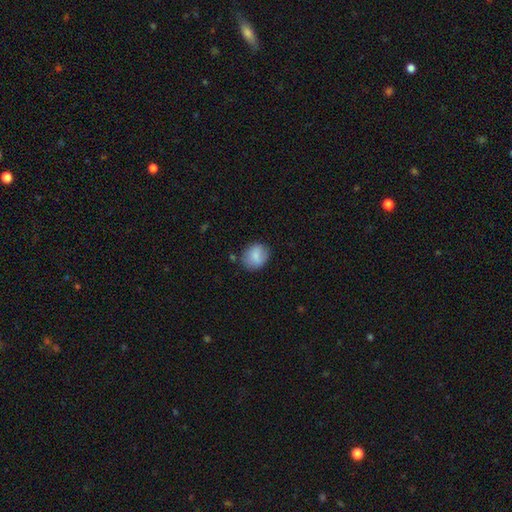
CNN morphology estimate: Smooth or featured?
  - smooth: 81% *
  - featured or disk: 12%
  - star or artifact: 8%
How rounded?
  - round: 64% *
  - in between: 35%
  - cigar-shaped: 1%
Merging?
  - none: 74% *
  - minor disturbance: 19%
  - major disturbance: 4%
  - merger: 3%